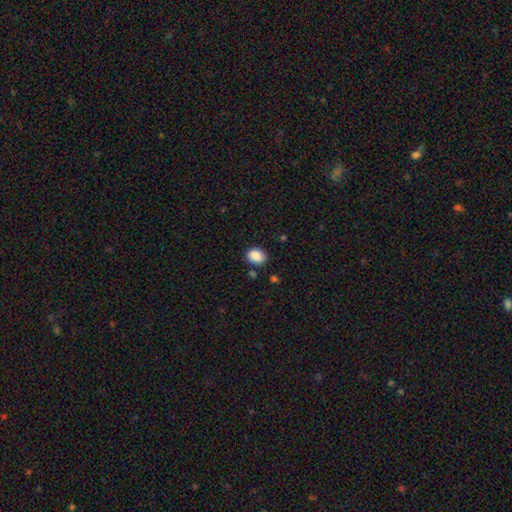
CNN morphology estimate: Q: Smooth or featured?
A: smooth (89%); runner-up: star or artifact (8%)
Q: How rounded?
A: in between (53%); runner-up: round (46%)
Q: Merging?
A: none (82%); runner-up: minor disturbance (12%)